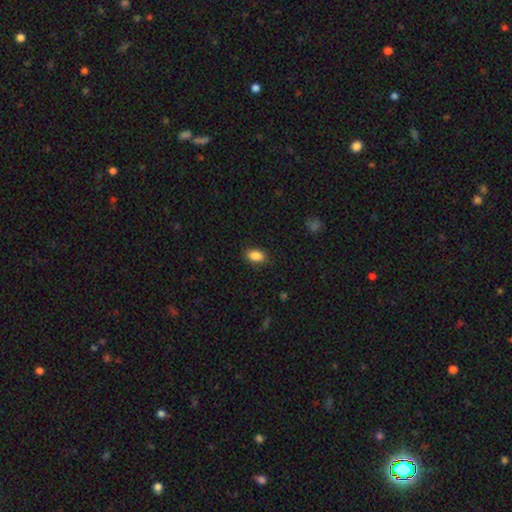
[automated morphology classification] This is clearly a smooth galaxy (88%). How rounded: clearly in between (88%). Merging: clearly none (86%).